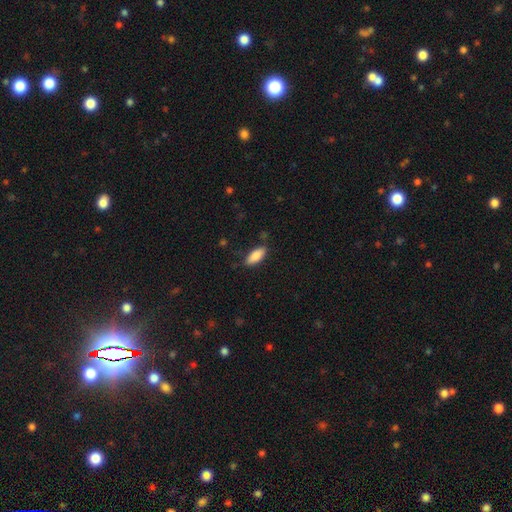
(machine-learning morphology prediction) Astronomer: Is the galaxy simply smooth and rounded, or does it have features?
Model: smooth — 86%.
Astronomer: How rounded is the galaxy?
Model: in between — 78%.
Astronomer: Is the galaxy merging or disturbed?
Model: none — 84%.